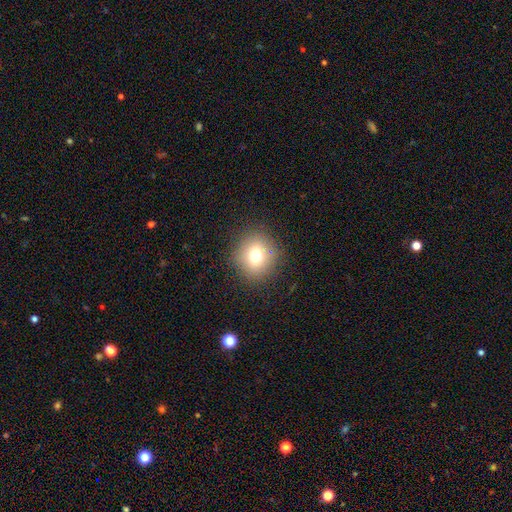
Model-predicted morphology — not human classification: Overall: smooth (74%). How rounded: round (86%). Merging: none (87%).